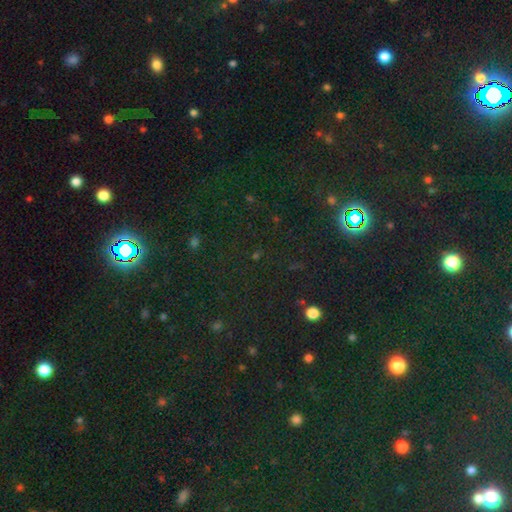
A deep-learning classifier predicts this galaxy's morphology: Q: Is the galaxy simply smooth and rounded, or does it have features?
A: star or artifact — 74%.